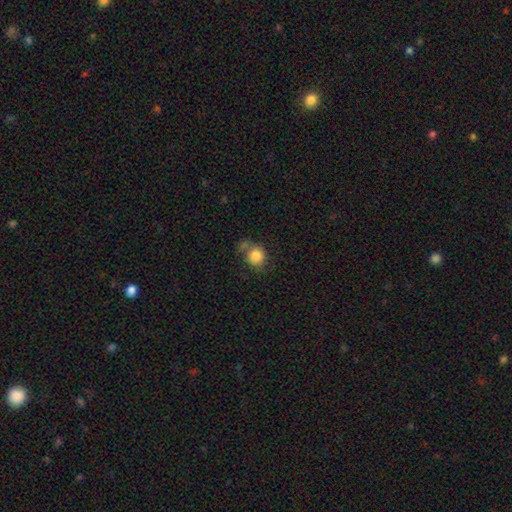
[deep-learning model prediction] Overall: smooth (82%). How rounded: round (80%). Merging: none (51%; minor disturbance 20%).